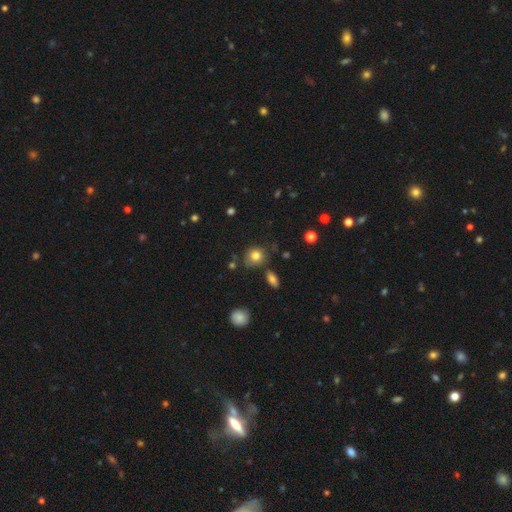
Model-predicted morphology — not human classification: Q: Smooth or featured?
A: smooth (81%); runner-up: star or artifact (11%)
Q: How rounded?
A: round (81%); runner-up: in between (18%)
Q: Merging?
A: none (72%); runner-up: minor disturbance (17%)